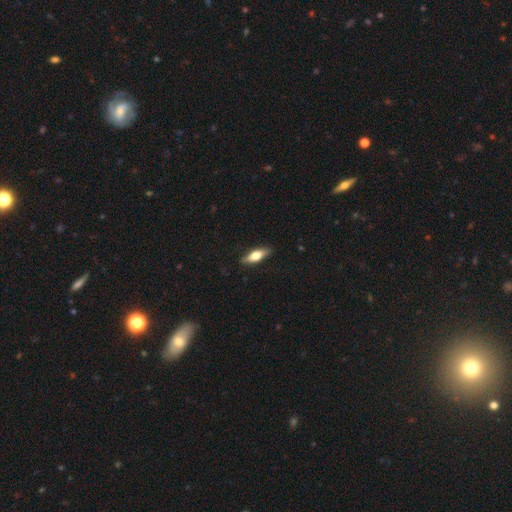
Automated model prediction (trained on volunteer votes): Smooth or featured? Predicted: smooth (p=0.59). How rounded? Predicted: in between (p=0.55). Merging? Predicted: none (p=0.85).